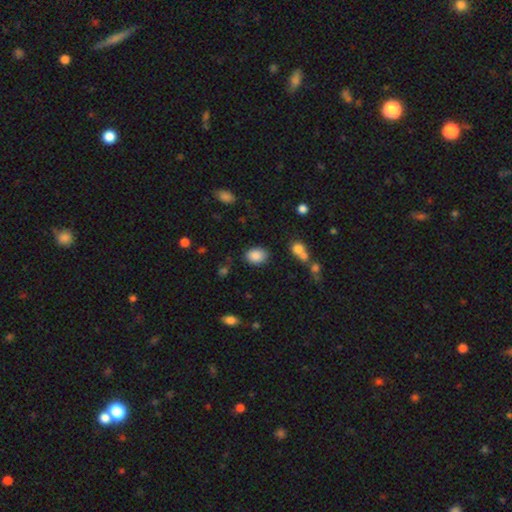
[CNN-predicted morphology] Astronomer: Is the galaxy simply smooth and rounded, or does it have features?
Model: smooth — 87%.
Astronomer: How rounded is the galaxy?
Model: in between — 71%.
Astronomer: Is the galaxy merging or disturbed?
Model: none — 81%.